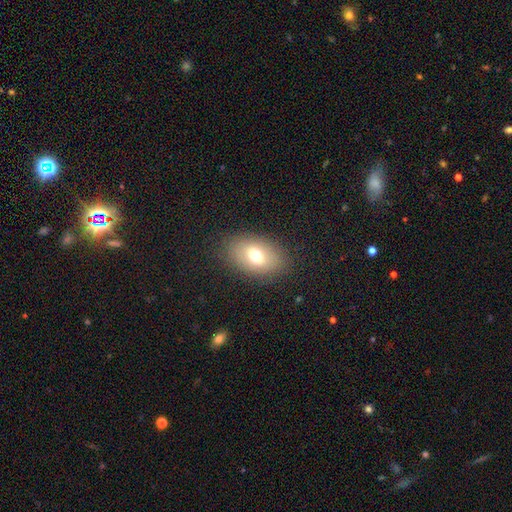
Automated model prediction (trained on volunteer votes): Overall: smooth (68%). How rounded: in between (84%). Merging: none (83%).